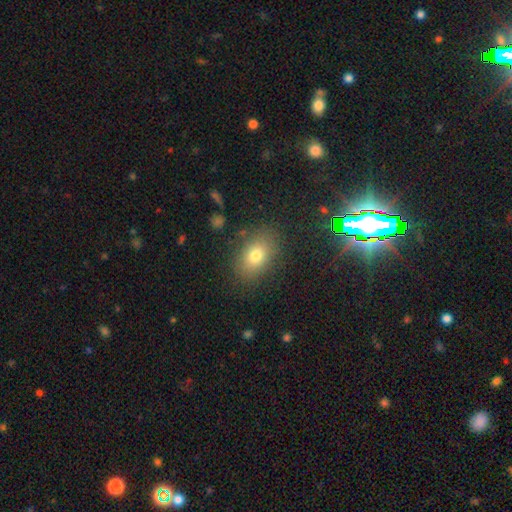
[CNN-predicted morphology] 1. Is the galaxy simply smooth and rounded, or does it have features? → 76% smooth, 12% featured or disk, 12% star or artifact.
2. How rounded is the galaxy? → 81% in between, 18% round, 2% cigar-shaped.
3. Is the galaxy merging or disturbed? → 83% none, 11% minor disturbance, 4% major disturbance, 2% merger.